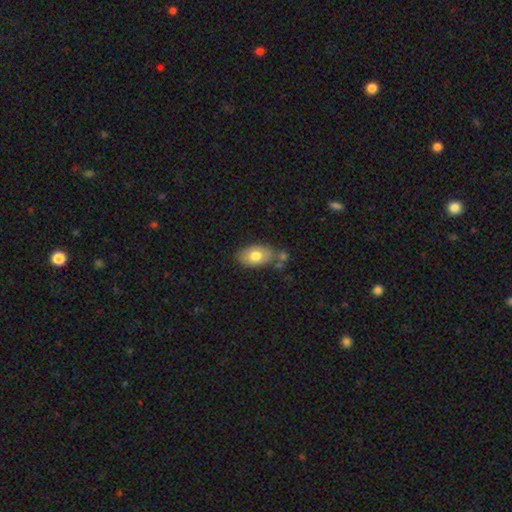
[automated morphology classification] The model was most divided on "merging": none: 65%, minor disturbance: 18%, merger: 13%, major disturbance: 5%. More confident: how rounded — in between (89%); smooth or featured — smooth (74%).